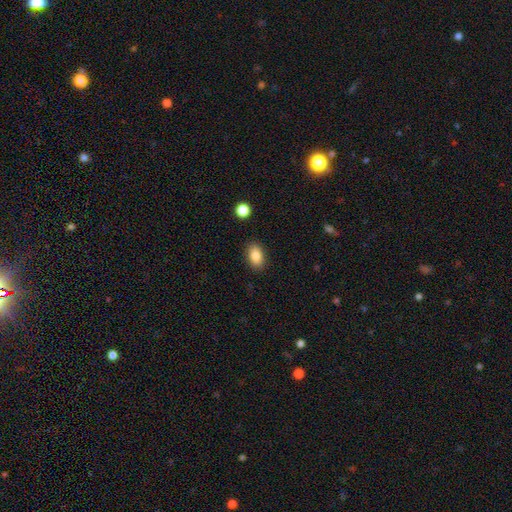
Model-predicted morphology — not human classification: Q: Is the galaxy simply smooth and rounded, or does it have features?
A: smooth — 85%.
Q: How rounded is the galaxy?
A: in between — 88%.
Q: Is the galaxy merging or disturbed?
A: none — 87%.